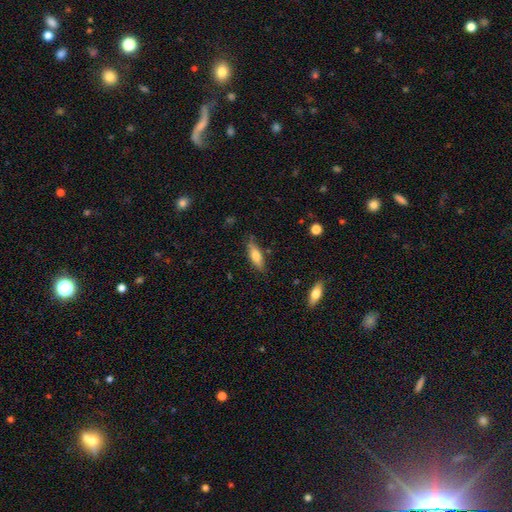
This is clearly a smooth galaxy (84%). How rounded: possibly cigar-shaped (52%). Merging: clearly none (81%).